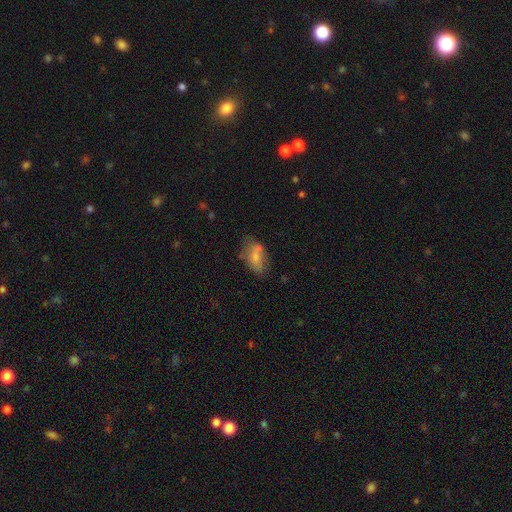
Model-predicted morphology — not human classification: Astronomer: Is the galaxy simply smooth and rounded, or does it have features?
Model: smooth — 64%.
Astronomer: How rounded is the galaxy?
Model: in between — 88%.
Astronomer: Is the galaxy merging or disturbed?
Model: none — 46% (runner-up: minor disturbance, 28%).